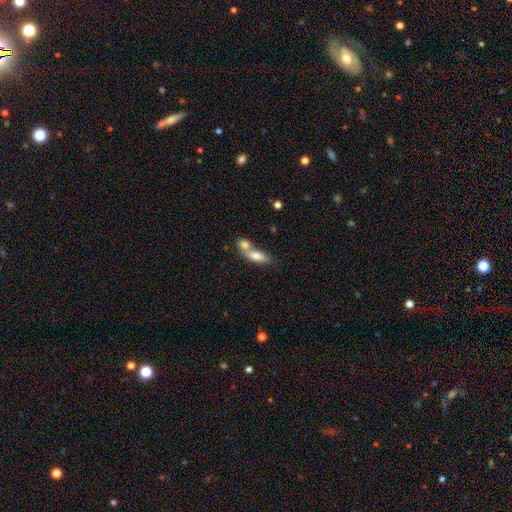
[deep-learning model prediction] Smooth or featured: smooth — 77% (featured or disk — 16%)
How rounded: in between — 70% (cigar-shaped — 25%)
Merging: merger — 63% (none — 25%)